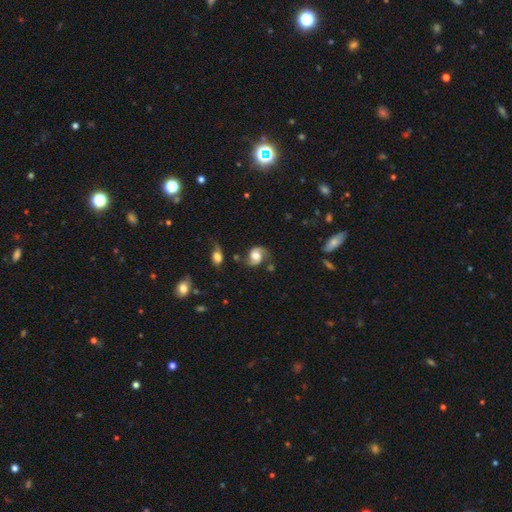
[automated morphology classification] This appears to be a featured or disk galaxy (69%) with no bar (59%), 2 (89%) medium (46%) spiral arms (92%) and a moderate central bulge (45%). Merging: none (65%).